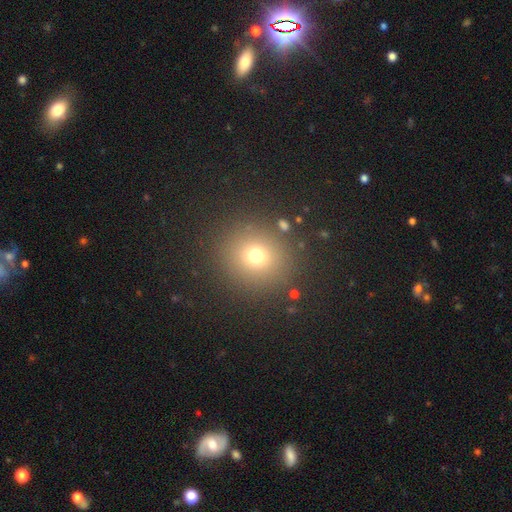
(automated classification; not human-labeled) Smooth or featured: smooth — 72% (star or artifact — 19%)
How rounded: round — 90% (in between — 9%)
Merging: none — 87% (minor disturbance — 7%)